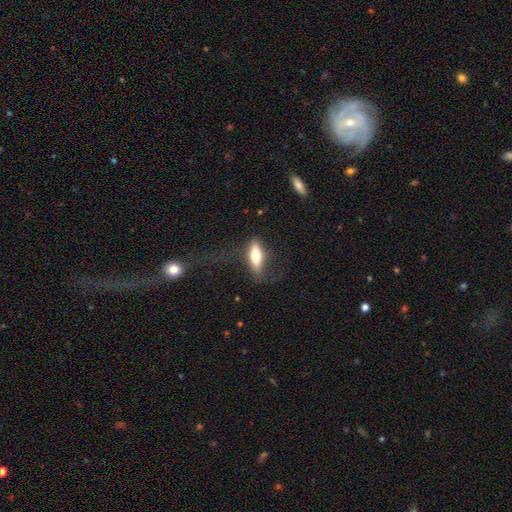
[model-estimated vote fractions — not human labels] Smooth or featured? Predicted: smooth (p=0.63). How rounded? Predicted: in between (p=0.55). Merging? Predicted: none (p=0.58).